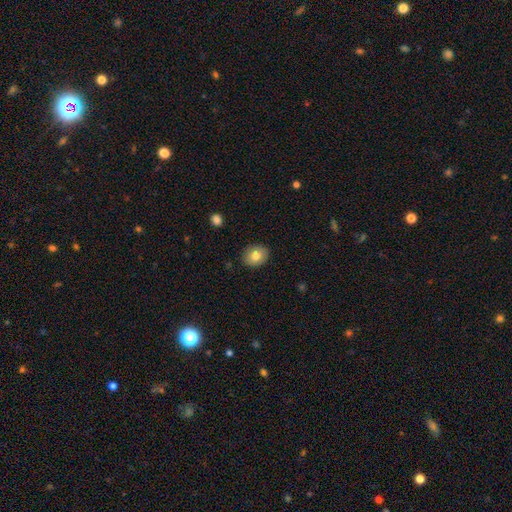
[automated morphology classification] type=smooth (80%); roundness=in between (50%); merging=none (88%).